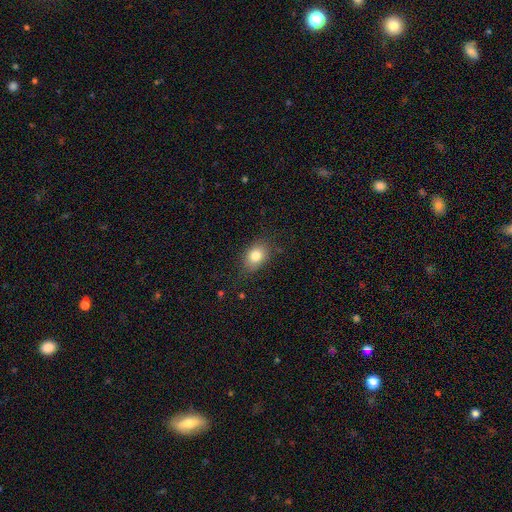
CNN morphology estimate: A smooth galaxy with no disk features (81%) that is in between round and cigar-shaped (70%). Merging: none (80%).